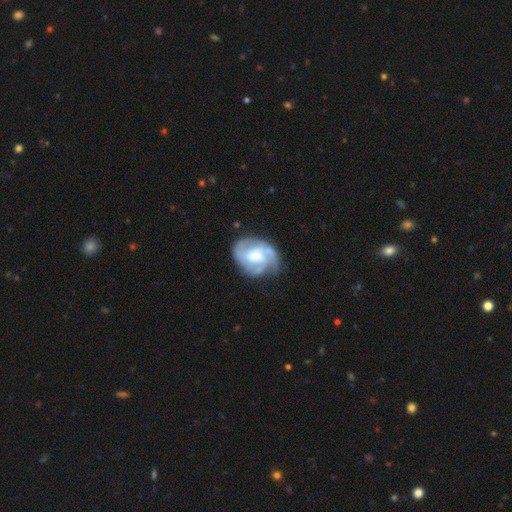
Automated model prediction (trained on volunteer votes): Smooth or featured? featured or disk (76%)
Edge-on disk? no (98%)
Bar? no (51%)
Spiral arms? yes (92%)
Spiral winding? tight (45%)
Spiral arm count? 3 (33%)
Bulge size? moderate (44%)
Merging? none (64%)